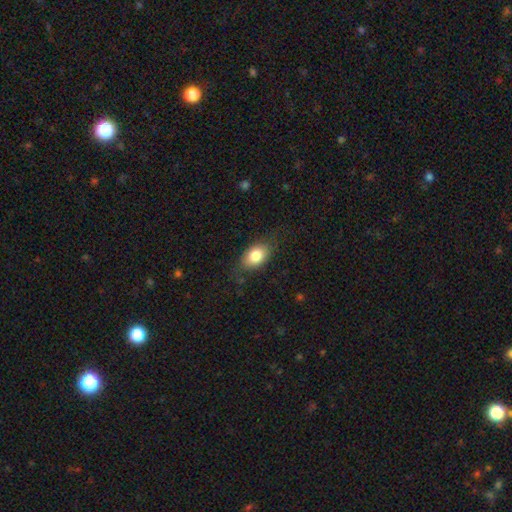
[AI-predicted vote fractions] Smooth or featured?
  - smooth: 80% *
  - featured or disk: 12%
  - star or artifact: 7%
How rounded?
  - in between: 85% *
  - round: 13%
  - cigar-shaped: 2%
Merging?
  - none: 76% *
  - minor disturbance: 17%
  - major disturbance: 6%
  - merger: 1%